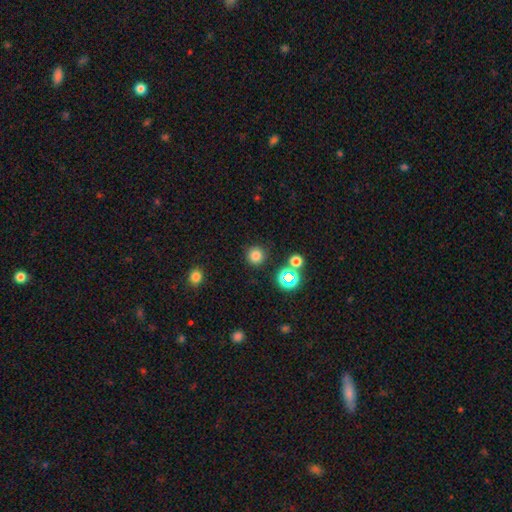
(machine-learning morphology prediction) A smooth galaxy with no disk features (77%) that is round (95%). Merging: none (87%).